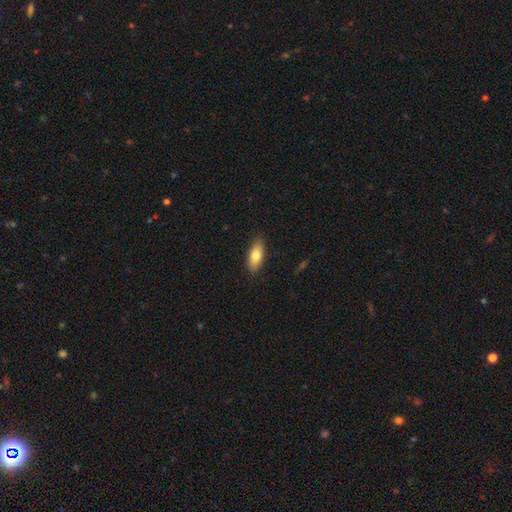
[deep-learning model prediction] Overall: smooth (79%). How rounded: in between (82%). Merging: none (87%).